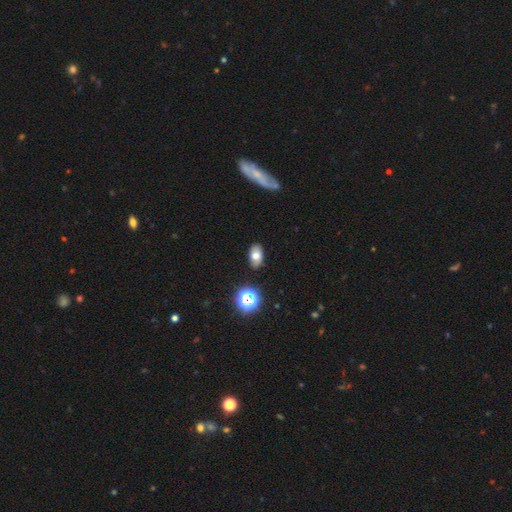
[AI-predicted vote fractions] Overall: smooth (73%). How rounded: in between (90%). Merging: none (86%).